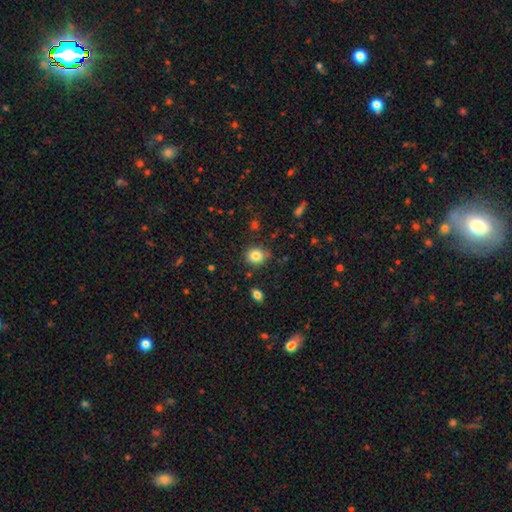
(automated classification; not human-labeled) This appears to be a smooth galaxy with no disk features (84%) that is round (79%). Merging: none (81%).